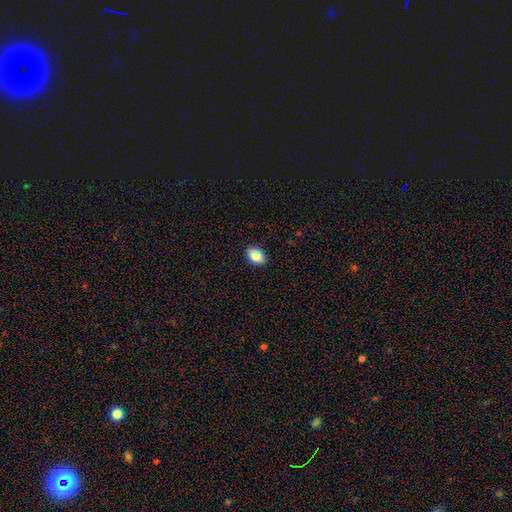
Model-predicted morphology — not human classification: Smooth or featured? smooth (77%)
How rounded? in between (79%)
Merging? none (87%)